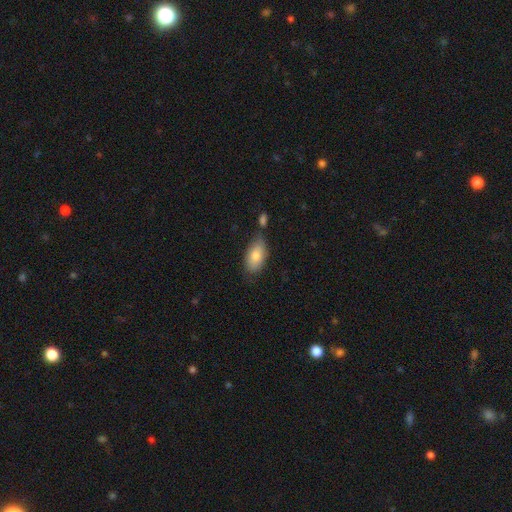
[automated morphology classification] Overall: smooth (79%). How rounded: in between (93%). Merging: none (64%).